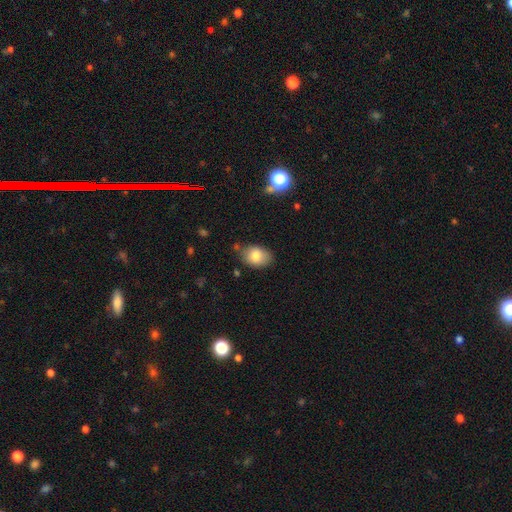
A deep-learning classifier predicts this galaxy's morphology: Smooth or featured? Predicted: smooth (p=0.81). How rounded? Predicted: in between (p=0.82). Merging? Predicted: none (p=0.74).